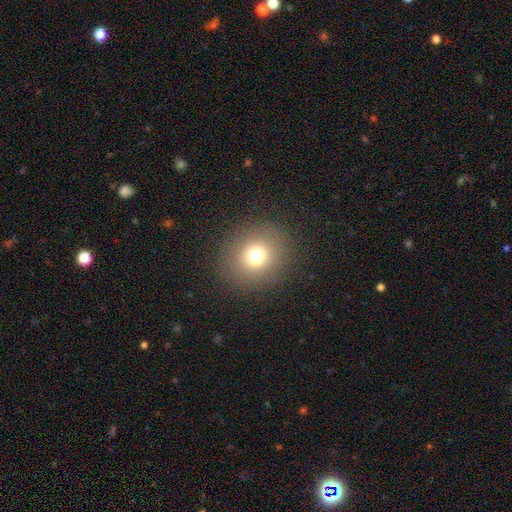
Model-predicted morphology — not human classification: Smooth or featured?
  - smooth: 73% *
  - star or artifact: 16%
  - featured or disk: 11%
How rounded?
  - round: 86% *
  - in between: 13%
  - cigar-shaped: 1%
Merging?
  - none: 88% *
  - minor disturbance: 7%
  - major disturbance: 4%
  - merger: 1%